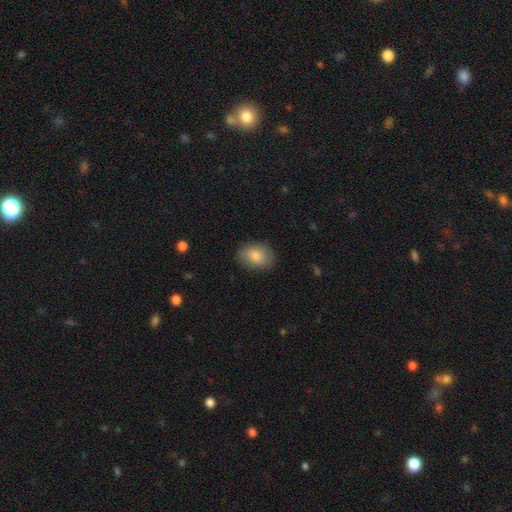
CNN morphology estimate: Q: Smooth or featured?
A: smooth (84%); runner-up: featured or disk (9%)
Q: How rounded?
A: in between (70%); runner-up: round (29%)
Q: Merging?
A: none (84%); runner-up: minor disturbance (12%)